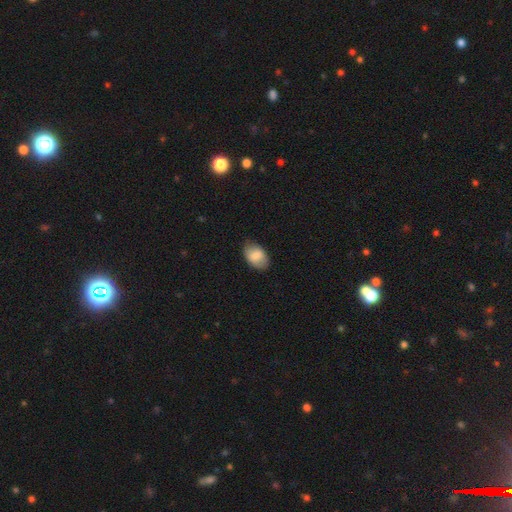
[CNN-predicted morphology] A smooth galaxy with no disk features (81%) that is in between round and cigar-shaped (86%). Merging: none (79%).